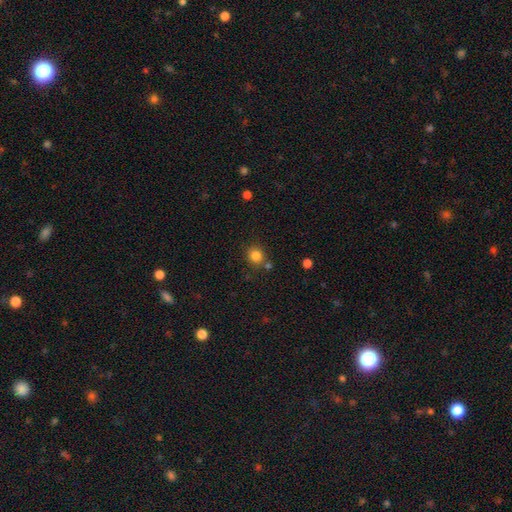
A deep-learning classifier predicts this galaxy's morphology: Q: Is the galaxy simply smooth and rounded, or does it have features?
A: smooth — 83%.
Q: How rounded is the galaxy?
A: round — 87%.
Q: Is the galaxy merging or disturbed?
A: none — 79%.